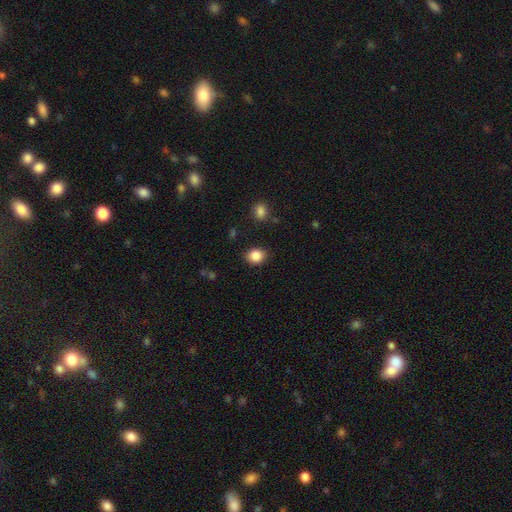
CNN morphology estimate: smooth-or-featured: smooth: 86% | star or artifact: 10% | featured or disk: 4%
  how-rounded: round: 58% | in between: 41% | cigar-shaped: 1%
  merging: none: 84% | minor disturbance: 11% | major disturbance: 3% | merger: 2%